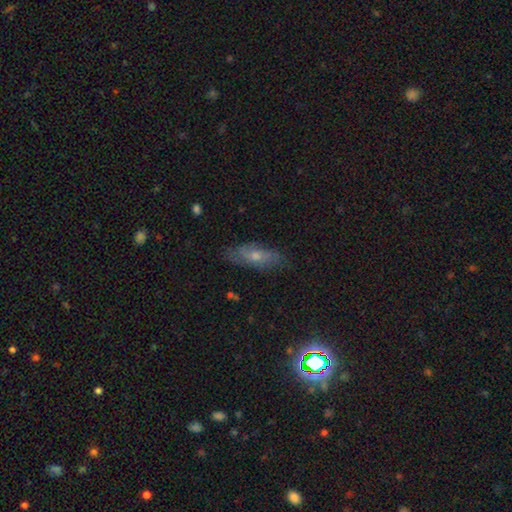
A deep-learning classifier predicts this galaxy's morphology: Smooth or featured? featured or disk (48%)
Merging? none (77%)